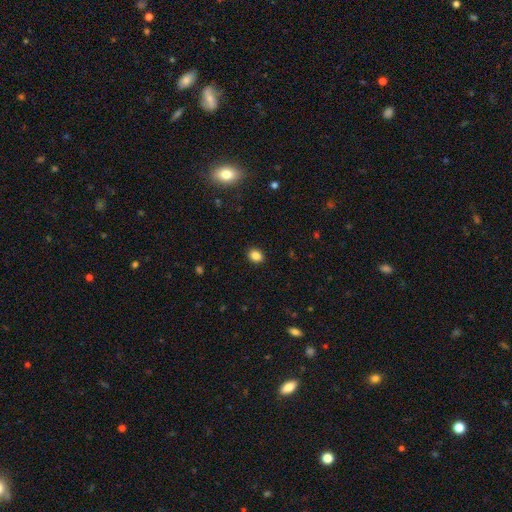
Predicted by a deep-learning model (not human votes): smooth-or-featured: smooth: 85% | star or artifact: 11% | featured or disk: 4%
  how-rounded: in between: 53% | round: 46% | cigar-shaped: 1%
  merging: none: 90% | minor disturbance: 7% | major disturbance: 2% | merger: 1%